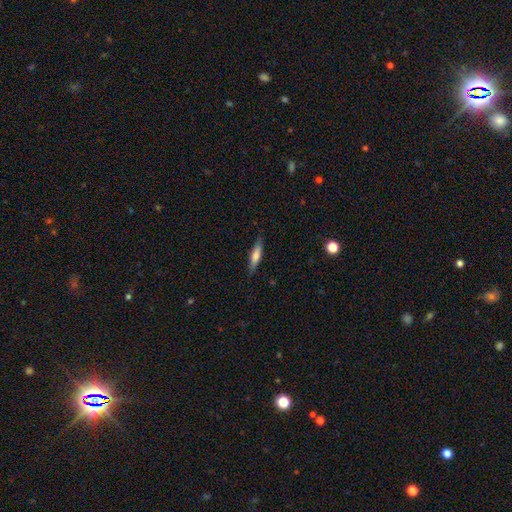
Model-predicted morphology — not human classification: Smooth or featured? Predicted: smooth (p=0.62). How rounded? Predicted: cigar-shaped (p=0.76). Merging? Predicted: none (p=0.84).